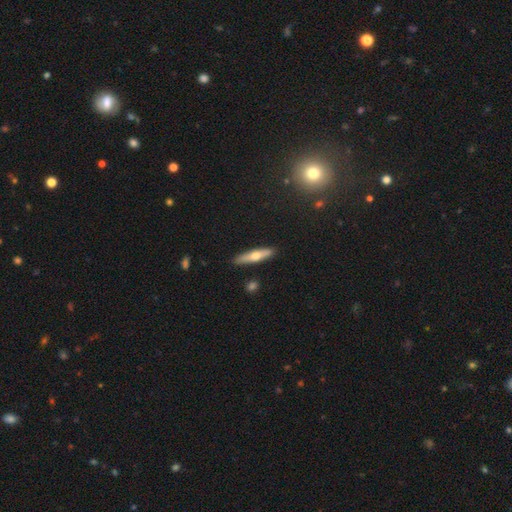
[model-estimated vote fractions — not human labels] This is possibly a smooth galaxy (52%). How rounded: clearly cigar-shaped (83%). Merging: clearly none (88%).